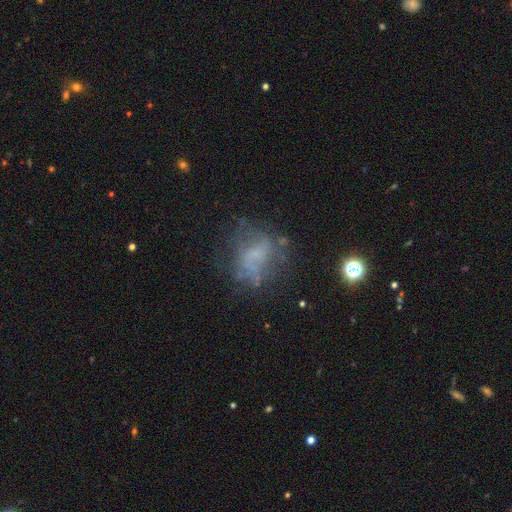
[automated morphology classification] smooth-or-featured: featured or disk: 47% | smooth: 35% | star or artifact: 18%
  merging: none: 50% | major disturbance: 23% | minor disturbance: 21% | merger: 5%